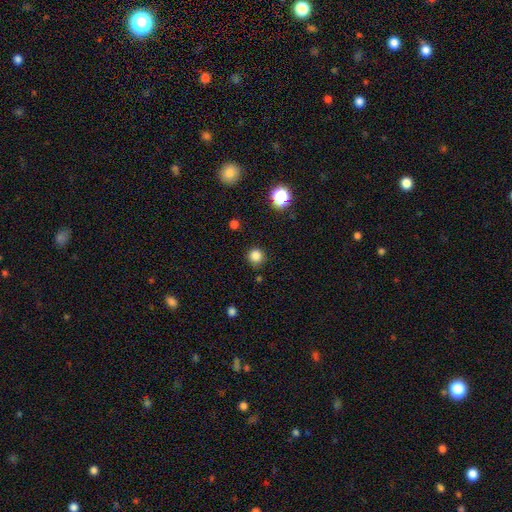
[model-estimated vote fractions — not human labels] Morphology: type=smooth (83%); roundness=round (94%); merging=none (86%).